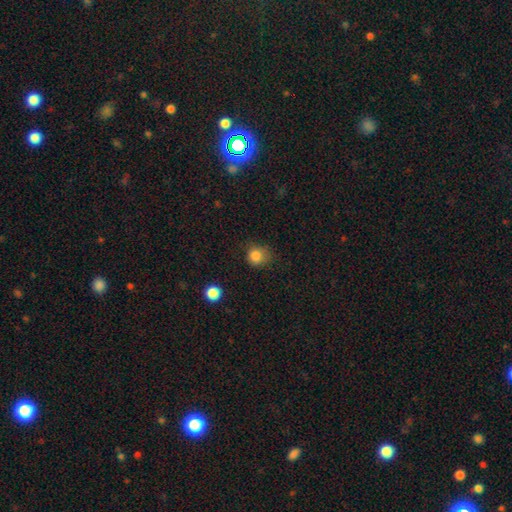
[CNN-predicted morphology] Smooth or featured? Predicted: smooth (p=0.83). How rounded? Predicted: round (p=0.85). Merging? Predicted: none (p=0.68).